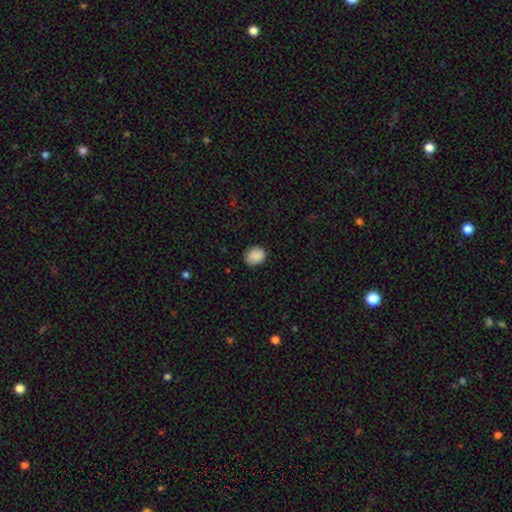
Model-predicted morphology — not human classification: The model was most divided on "how rounded": in between: 53%, round: 47%, cigar-shaped: 1%. More confident: smooth or featured — smooth (89%); merging — none (84%).